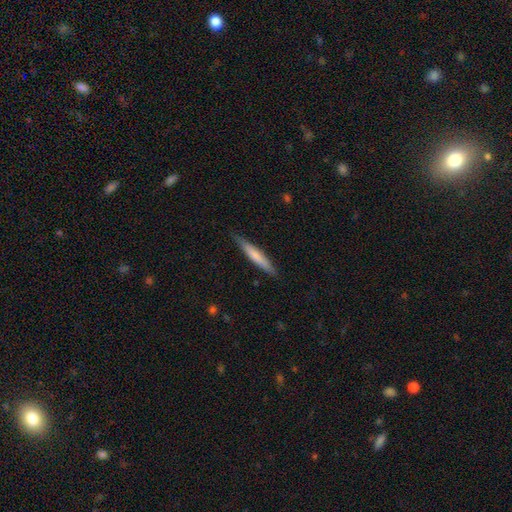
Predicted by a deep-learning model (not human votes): The model was most divided on "smooth or featured": smooth: 66%, featured or disk: 29%, star or artifact: 5%. More confident: how rounded — cigar-shaped (93%); merging — none (86%).